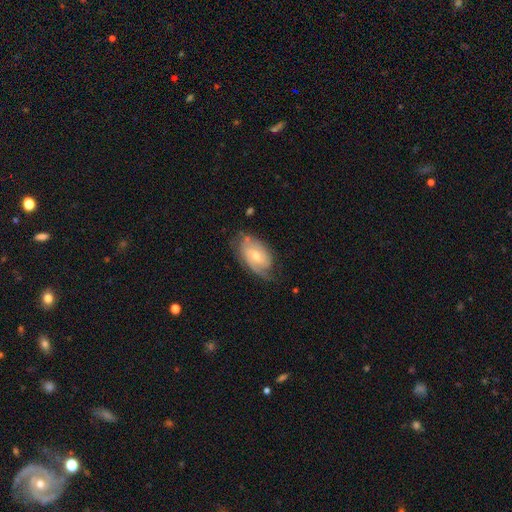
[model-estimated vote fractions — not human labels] Morphology: type=featured or disk (74%); edge-on=no (95%); bar=no (50%); spiral arms=yes (90%); winding=tight (53%); arm count=2 (56%); bulge=moderate (61%); merging=none (62%).